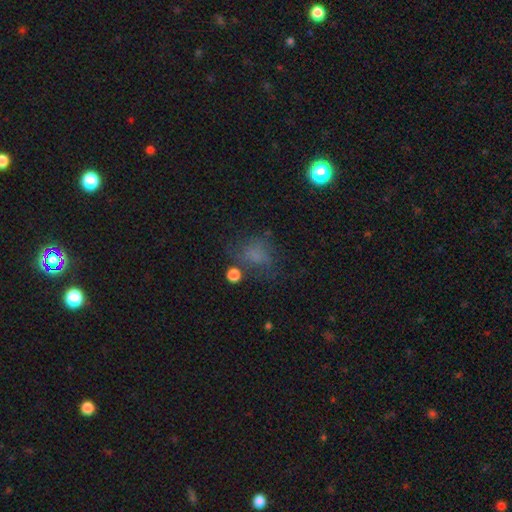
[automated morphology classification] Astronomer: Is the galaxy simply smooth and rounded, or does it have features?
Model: smooth — 59%.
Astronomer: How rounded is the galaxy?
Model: round — 54% (runner-up: in between, 44%).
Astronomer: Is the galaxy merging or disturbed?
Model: none — 53%.